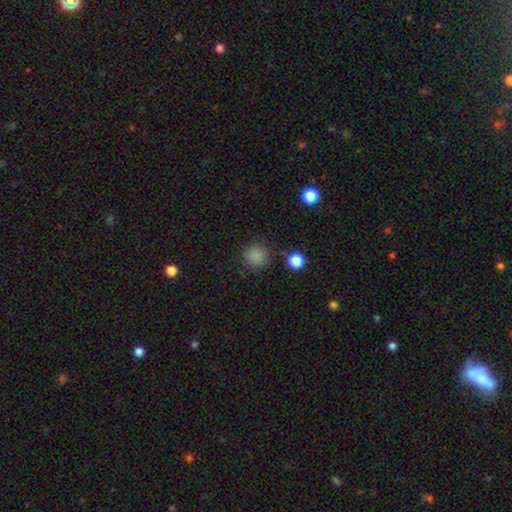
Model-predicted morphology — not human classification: A smooth galaxy with no disk features (84%) that is round (93%).

Vote fractions:
- Smooth or featured? smooth: 84% / star or artifact: 13% / featured or disk: 3%
- How rounded? round: 93% / in between: 6% / cigar-shaped: 1%
- Merging? none: 85% / minor disturbance: 9% / major disturbance: 3% / merger: 2%